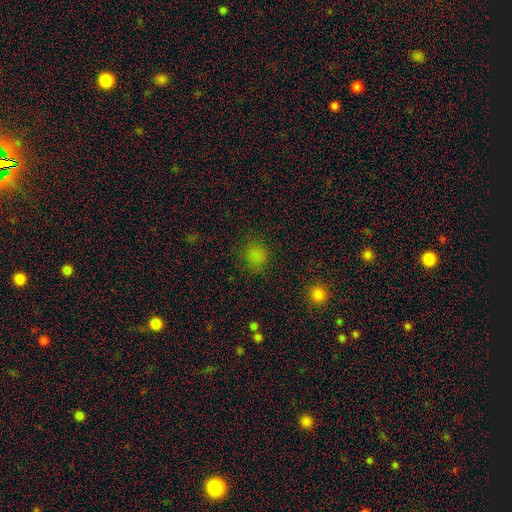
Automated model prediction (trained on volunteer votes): Smooth or featured?
  - smooth: 76% *
  - star or artifact: 19%
  - featured or disk: 4%
How rounded?
  - round: 78% *
  - in between: 20%
  - cigar-shaped: 1%
Merging?
  - none: 81% *
  - minor disturbance: 13%
  - major disturbance: 5%
  - merger: 2%